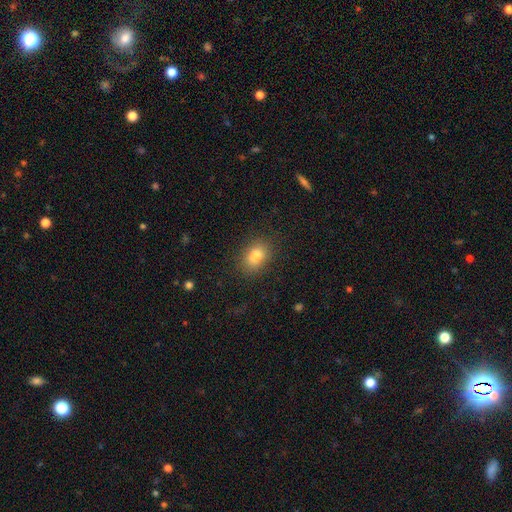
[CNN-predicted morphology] A smooth galaxy with no disk features (81%) that is in between round and cigar-shaped (79%). Merging: none (82%).